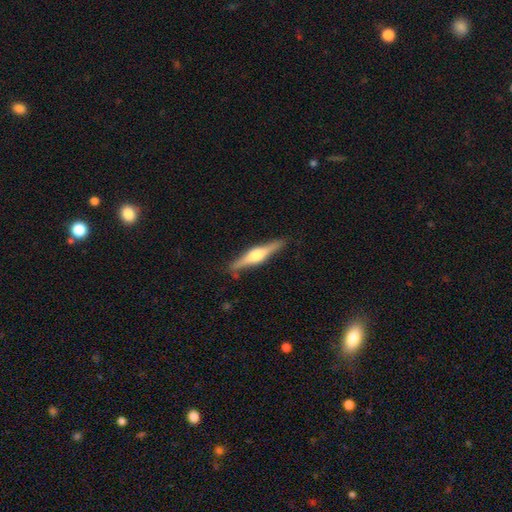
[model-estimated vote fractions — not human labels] Q: Smooth or featured?
A: featured or disk (71%); runner-up: smooth (24%)
Q: Edge-on disk?
A: yes (97%); runner-up: no (3%)
Q: Edge-on bulge?
A: rounded (92%); runner-up: boxy (6%)
Q: Merging?
A: none (86%); runner-up: minor disturbance (10%)